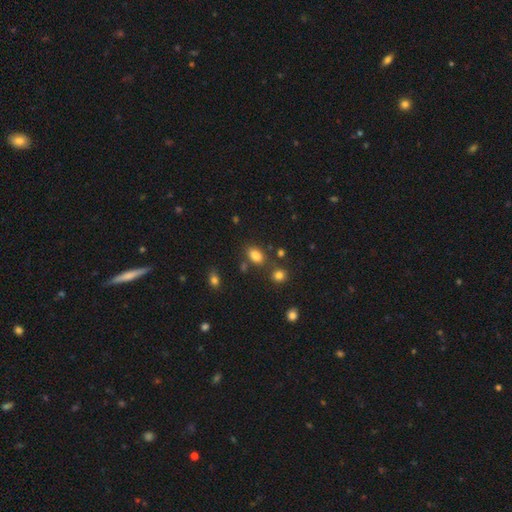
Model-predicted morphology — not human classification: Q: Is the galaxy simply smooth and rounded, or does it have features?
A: smooth — 83%.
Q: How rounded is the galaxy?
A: in between — 84%.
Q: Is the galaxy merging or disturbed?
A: none — 73%.